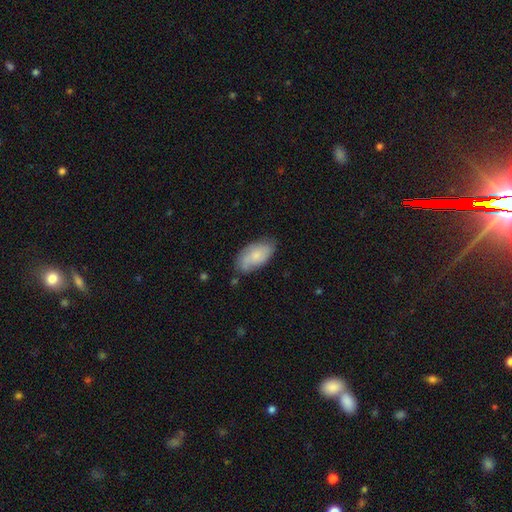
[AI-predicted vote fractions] Smooth or featured: smooth — 64% (featured or disk — 29%)
How rounded: in between — 94% (round — 3%)
Merging: none — 68% (minor disturbance — 25%)